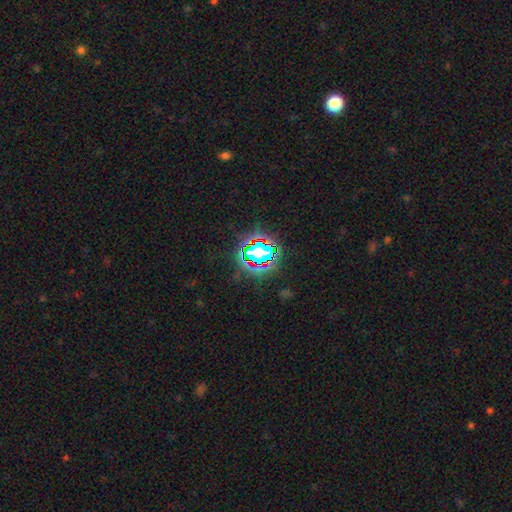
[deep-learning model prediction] star or artifact 67%, smooth 19%, featured or disk 13%.